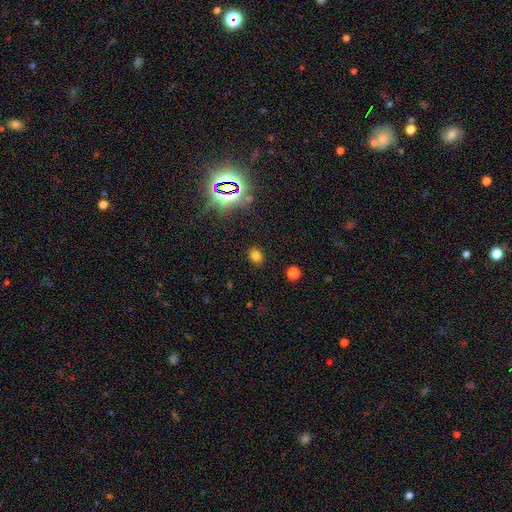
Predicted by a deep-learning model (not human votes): smooth_or_featured: smooth (p=0.73) [alt: star or artifact p=0.20]
how_rounded: in between (p=0.54) [alt: round p=0.45]
merging: none (p=0.87) [alt: minor disturbance p=0.09]